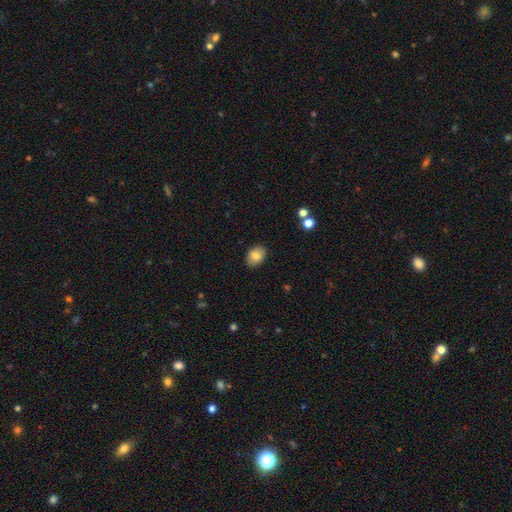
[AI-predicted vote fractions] Q: Smooth or featured?
A: smooth (82%); runner-up: featured or disk (10%)
Q: How rounded?
A: in between (78%); runner-up: round (21%)
Q: Merging?
A: none (87%); runner-up: minor disturbance (9%)